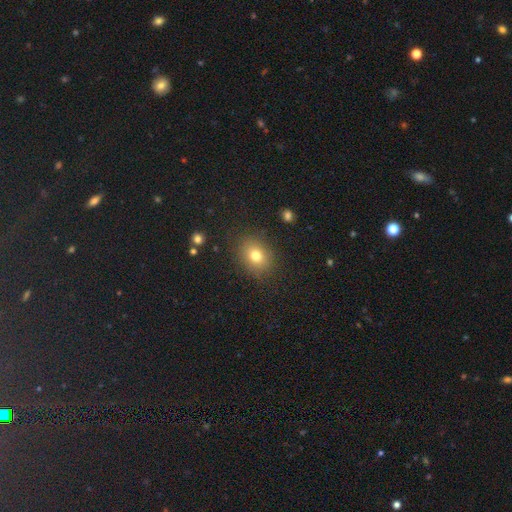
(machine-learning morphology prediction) Smooth or featured?
  - smooth: 77% *
  - star or artifact: 13%
  - featured or disk: 10%
How rounded?
  - round: 50% *
  - in between: 49%
  - cigar-shaped: 1%
Merging?
  - none: 85% *
  - minor disturbance: 10%
  - major disturbance: 4%
  - merger: 1%